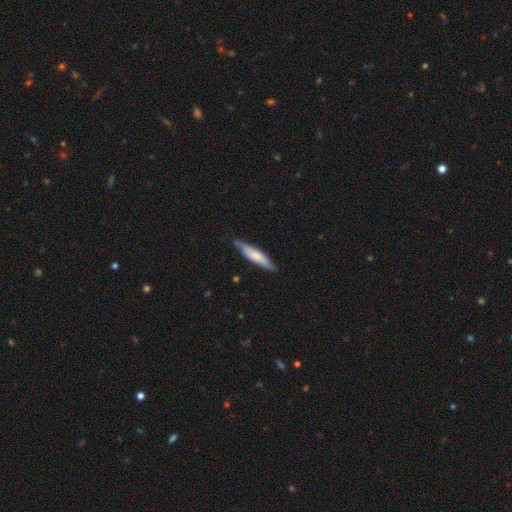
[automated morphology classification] type=smooth (62%); roundness=cigar-shaped (78%); merging=none (78%).